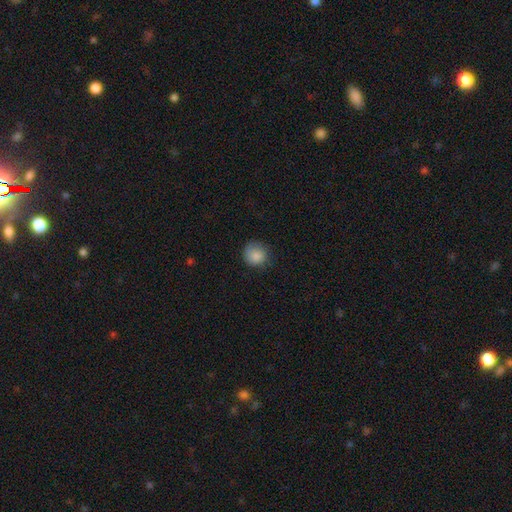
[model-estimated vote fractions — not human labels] Overall: smooth (86%). How rounded: round (89%). Merging: none (76%).